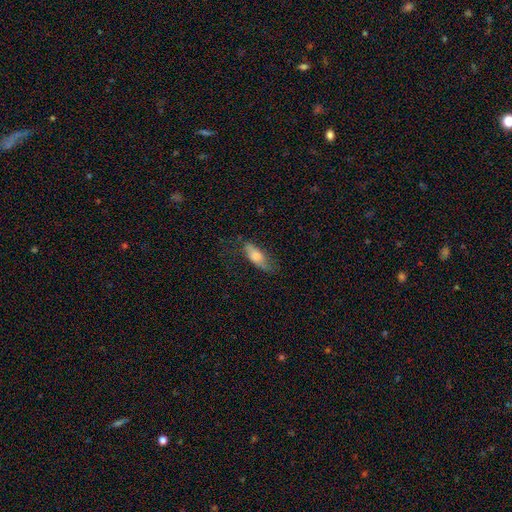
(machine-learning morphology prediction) Smooth or featured? Predicted: smooth (p=0.70). How rounded? Predicted: in between (p=0.72). Merging? Predicted: none (p=0.53).